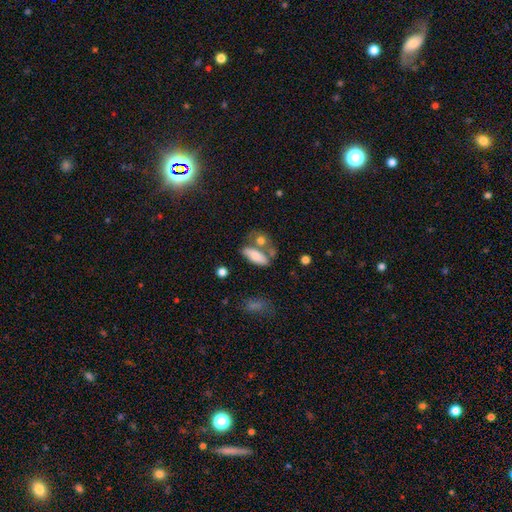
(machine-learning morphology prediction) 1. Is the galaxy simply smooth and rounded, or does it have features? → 77% smooth, 15% featured or disk, 8% star or artifact.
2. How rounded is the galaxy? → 75% in between, 21% cigar-shaped, 4% round.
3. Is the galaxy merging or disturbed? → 42% none, 30% merger, 17% minor disturbance, 11% major disturbance.